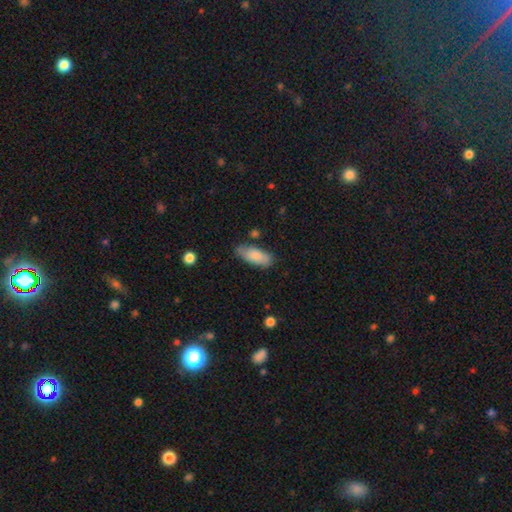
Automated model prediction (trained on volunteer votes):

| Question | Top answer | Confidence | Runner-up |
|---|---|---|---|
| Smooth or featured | smooth | 82% | featured or disk (12%) |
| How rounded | in between | 80% | cigar-shaped (18%) |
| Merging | none | 70% | minor disturbance (22%) |